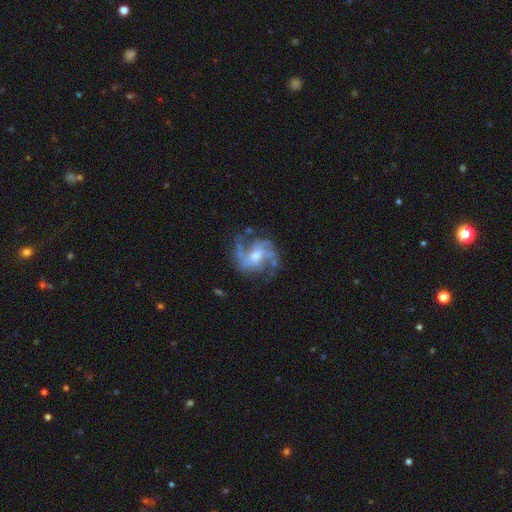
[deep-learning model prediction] A featured or disk galaxy (85%) with a weak bar (46%), 2 (69%) medium (47%) spiral arms (93%) and a moderate central bulge (60%). Merging: none (65%).